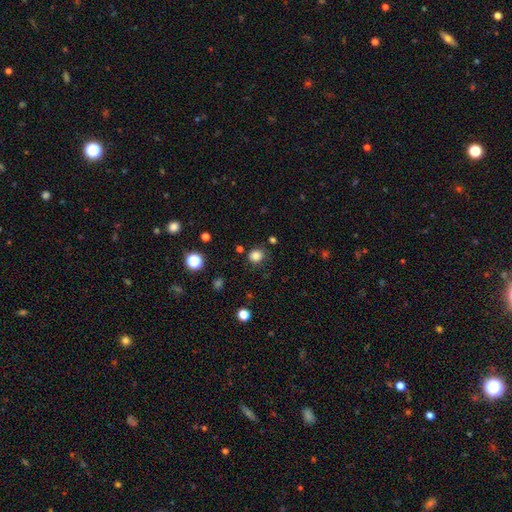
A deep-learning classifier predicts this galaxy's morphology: Overall: smooth (82%). How rounded: round (75%). Merging: none (82%).